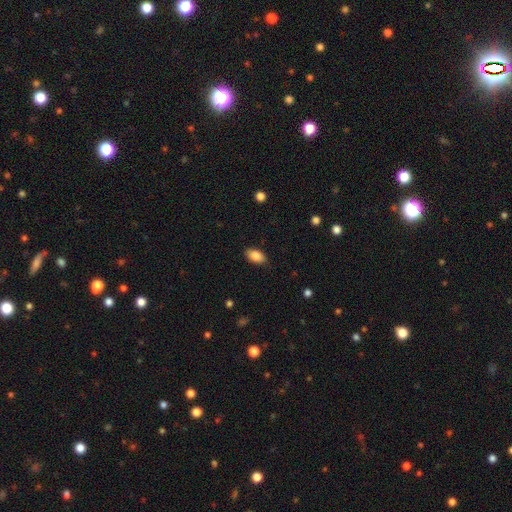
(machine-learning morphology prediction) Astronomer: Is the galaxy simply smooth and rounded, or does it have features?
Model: smooth — 85%.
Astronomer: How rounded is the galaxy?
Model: in between — 92%.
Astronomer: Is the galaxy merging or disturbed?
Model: none — 85%.